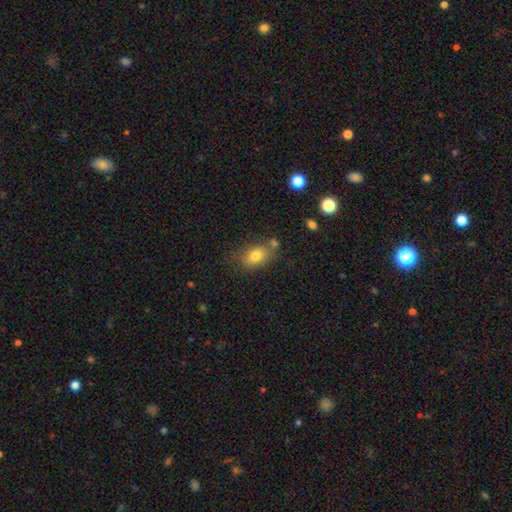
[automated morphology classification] Smooth or featured? Predicted: smooth (p=0.78). How rounded? Predicted: in between (p=0.80). Merging? Predicted: none (p=0.63).